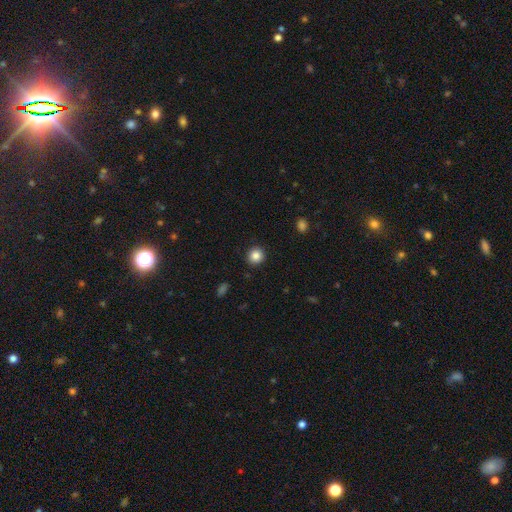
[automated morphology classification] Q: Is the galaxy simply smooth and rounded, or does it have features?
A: smooth — 85%.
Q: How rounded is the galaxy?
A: round — 91%.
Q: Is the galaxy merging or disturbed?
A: none — 91%.